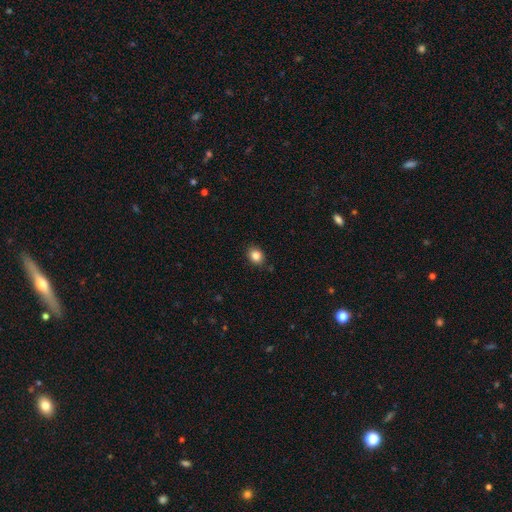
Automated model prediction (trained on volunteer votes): The model was most divided on "how rounded" (2-way tie): in between: 50%, round: 50%, cigar-shaped: 1%. More confident: merging — none (85%); smooth or featured — smooth (85%).